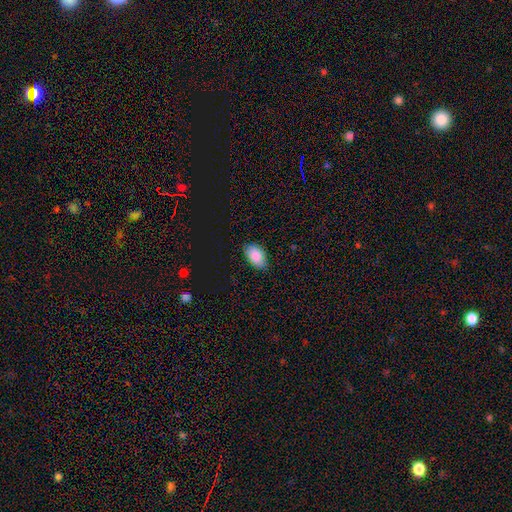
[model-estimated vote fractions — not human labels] Smooth or featured?
  - smooth: 87% *
  - star or artifact: 7%
  - featured or disk: 6%
How rounded?
  - in between: 93% *
  - round: 6%
  - cigar-shaped: 2%
Merging?
  - none: 82% *
  - minor disturbance: 14%
  - major disturbance: 2%
  - merger: 1%